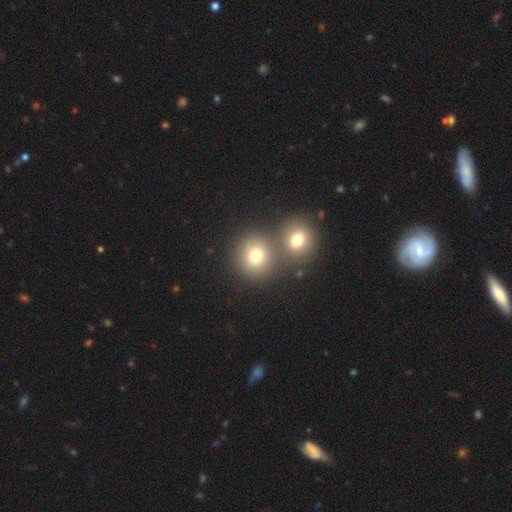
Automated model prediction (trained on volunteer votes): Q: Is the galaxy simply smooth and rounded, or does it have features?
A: smooth — 76%.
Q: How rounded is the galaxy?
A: round — 88%.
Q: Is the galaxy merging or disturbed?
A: none — 58%.